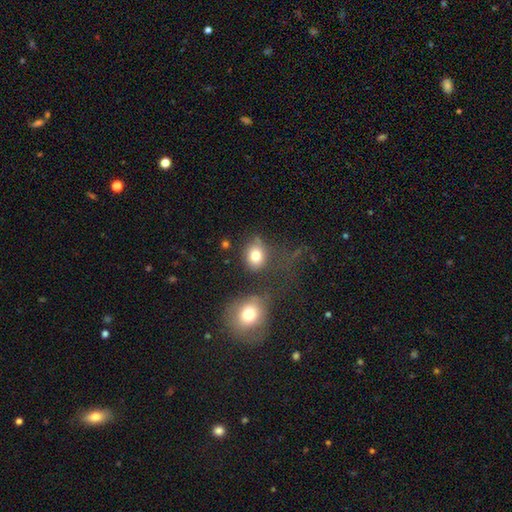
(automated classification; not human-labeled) smooth_or_featured: smooth (p=0.78) [alt: star or artifact p=0.11]
how_rounded: round (p=0.56) [alt: in between p=0.43]
merging: none (p=0.58) [alt: minor disturbance p=0.19]